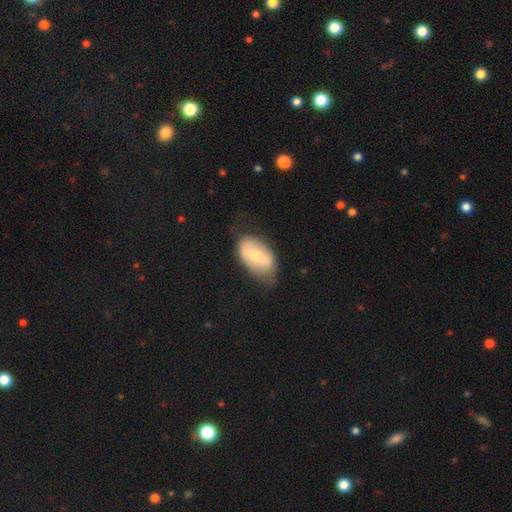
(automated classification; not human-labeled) The model was most divided on "smooth or featured": smooth: 53%, featured or disk: 41%, star or artifact: 6%. More confident: how rounded — in between (93%); merging — none (55%).